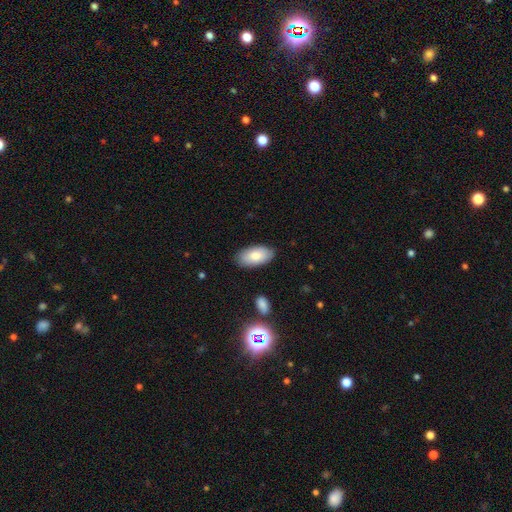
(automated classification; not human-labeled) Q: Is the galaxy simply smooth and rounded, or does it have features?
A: smooth — 78%.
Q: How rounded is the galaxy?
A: in between — 94%.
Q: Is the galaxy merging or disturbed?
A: none — 85%.